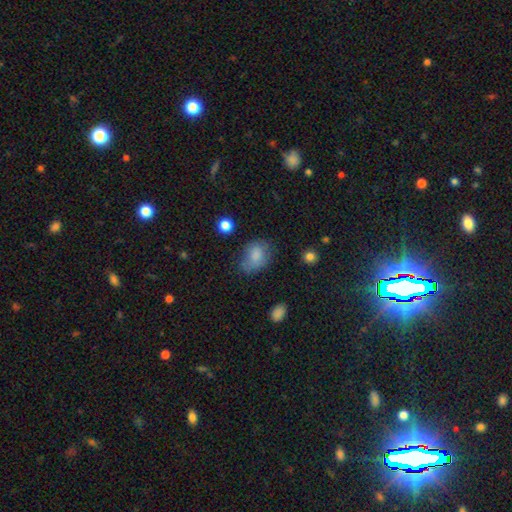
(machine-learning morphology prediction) type=smooth (80%); roundness=in between (74%); merging=none (55%).